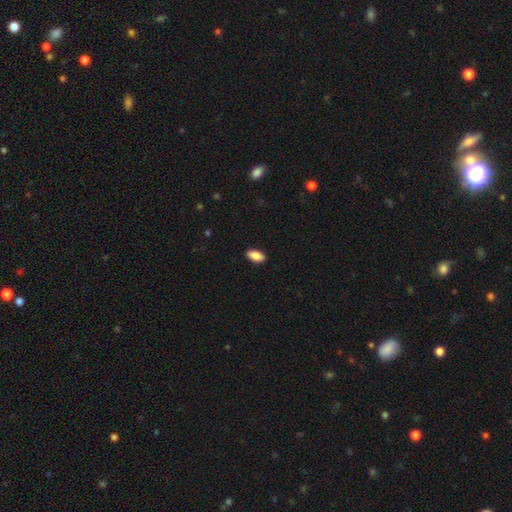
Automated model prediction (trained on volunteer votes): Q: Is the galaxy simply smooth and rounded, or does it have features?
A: smooth — 88%.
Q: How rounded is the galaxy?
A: in between — 91%.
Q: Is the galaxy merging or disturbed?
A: none — 90%.